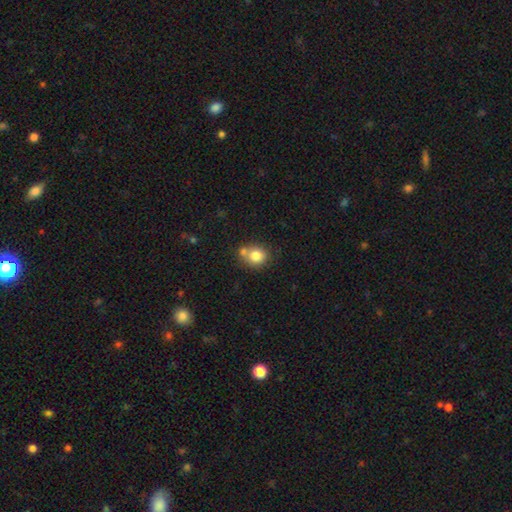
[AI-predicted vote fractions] A smooth galaxy with no disk features (80%) that is round (77%).

Vote fractions:
- Smooth or featured? smooth: 80% / featured or disk: 10% / star or artifact: 10%
- How rounded? round: 77% / in between: 23% / cigar-shaped: 1%
- Merging? none: 52% / merger: 33% / minor disturbance: 12% / major disturbance: 4%